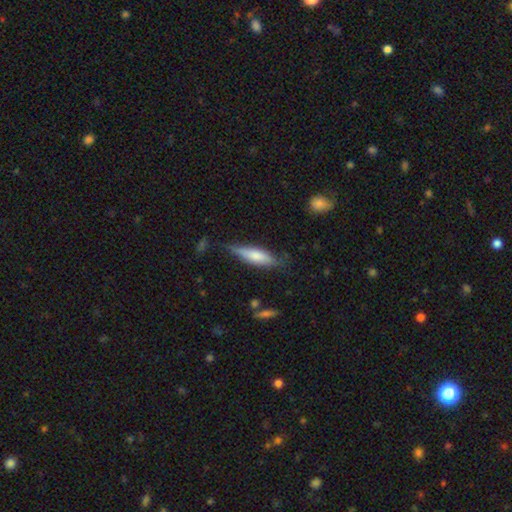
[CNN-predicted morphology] Smooth or featured?
  - smooth: 60% *
  - featured or disk: 34%
  - star or artifact: 6%
How rounded?
  - cigar-shaped: 67% *
  - in between: 31%
  - round: 2%
Merging?
  - none: 70% *
  - minor disturbance: 22%
  - major disturbance: 5%
  - merger: 2%